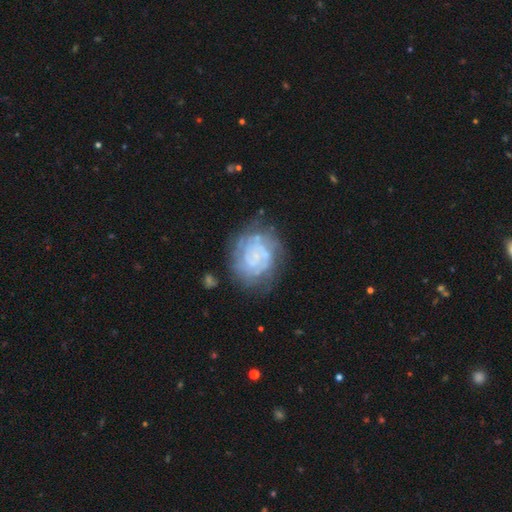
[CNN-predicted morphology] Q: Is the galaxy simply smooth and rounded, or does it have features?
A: featured or disk — 71%.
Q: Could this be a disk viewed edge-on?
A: no — 98%.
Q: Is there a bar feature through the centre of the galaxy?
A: no — 73%.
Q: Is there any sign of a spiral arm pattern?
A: yes — 79%.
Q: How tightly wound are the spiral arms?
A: tight — 68%.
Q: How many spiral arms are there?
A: can't tell — 49%.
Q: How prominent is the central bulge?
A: none — 44%.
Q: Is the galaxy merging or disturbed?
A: none — 68%.